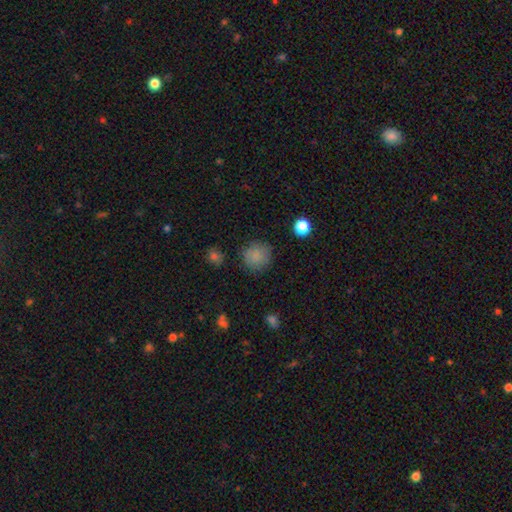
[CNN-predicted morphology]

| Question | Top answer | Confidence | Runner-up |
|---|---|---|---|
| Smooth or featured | smooth | 83% | star or artifact (11%) |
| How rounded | round | 91% | in between (8%) |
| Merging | none | 82% | minor disturbance (12%) |